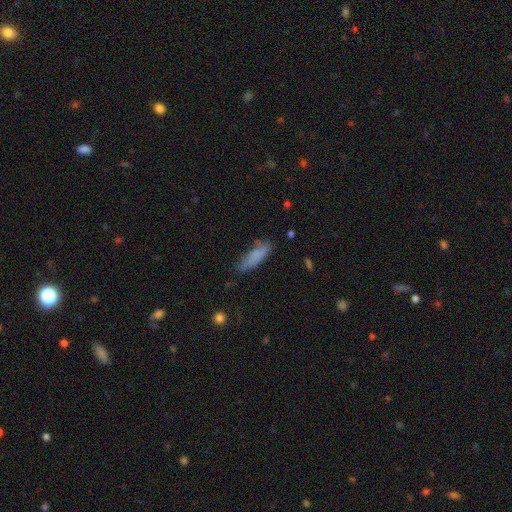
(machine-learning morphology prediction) The model was most divided on "how rounded": cigar-shaped: 58%, in between: 41%, round: 2%. More confident: smooth or featured — smooth (82%); merging — none (73%).